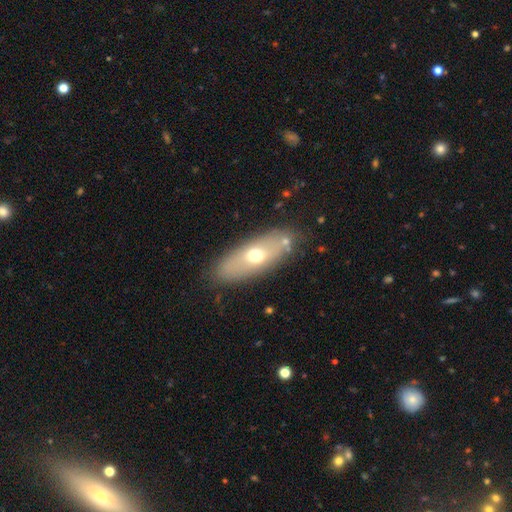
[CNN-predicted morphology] type=smooth (57%); roundness=in between (72%); merging=none (80%).